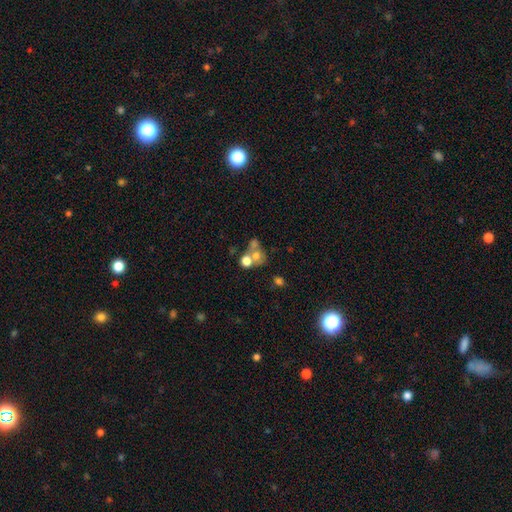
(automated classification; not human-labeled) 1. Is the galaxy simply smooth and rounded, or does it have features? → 59% smooth, 26% featured or disk, 15% star or artifact.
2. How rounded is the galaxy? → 70% round, 29% in between, 1% cigar-shaped.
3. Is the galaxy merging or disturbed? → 54% merger, 31% none, 8% minor disturbance, 7% major disturbance.